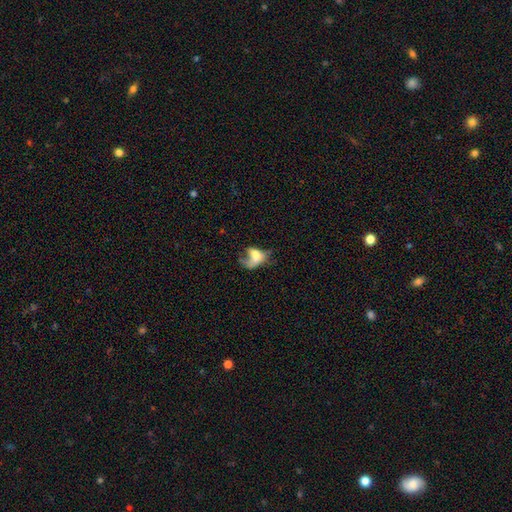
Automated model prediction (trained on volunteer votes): Q: Smooth or featured?
A: smooth (52%); runner-up: featured or disk (38%)
Q: How rounded?
A: in between (81%); runner-up: round (16%)
Q: Merging?
A: major disturbance (54%); runner-up: none (19%)